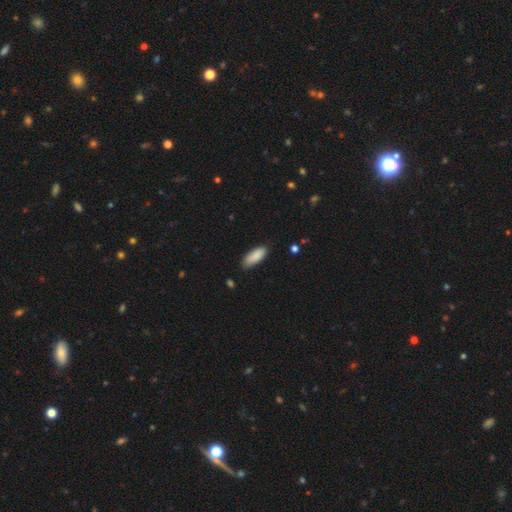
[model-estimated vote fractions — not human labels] Morphology: type=smooth (89%); roundness=in between (77%); merging=none (81%).